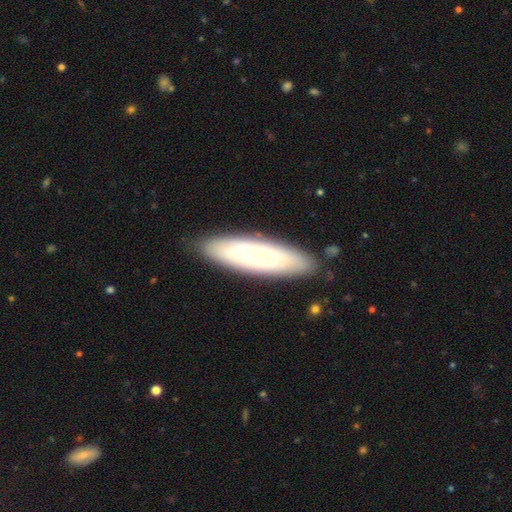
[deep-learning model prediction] Morphology: type=smooth (54%); roundness=cigar-shaped (65%); merging=none (83%).